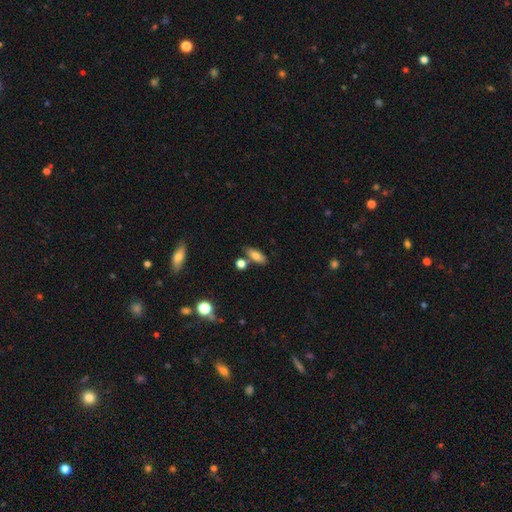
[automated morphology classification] This is likely a smooth galaxy (77%). How rounded: likely in between (75%). Merging: likely none (70%).